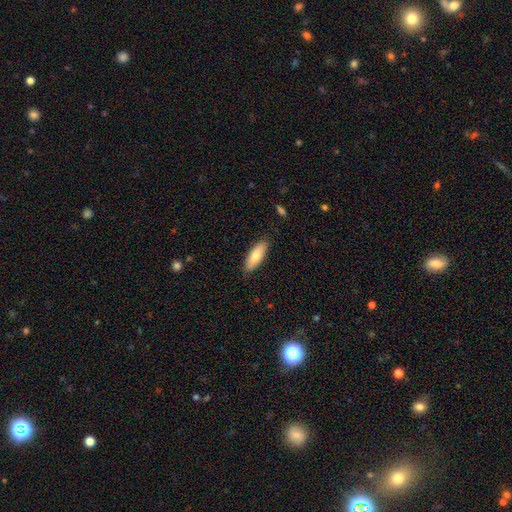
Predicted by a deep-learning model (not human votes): Smooth or featured? smooth (77%)
How rounded? in between (60%)
Merging? none (85%)